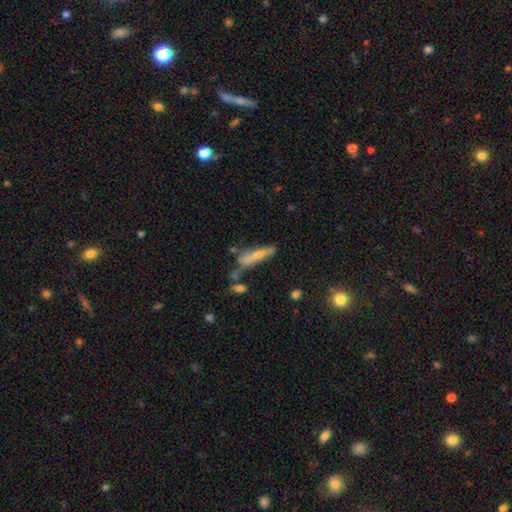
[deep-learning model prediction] smooth-or-featured: smooth: 54% | featured or disk: 38% | star or artifact: 8%
  how-rounded: cigar-shaped: 82% | in between: 16% | round: 2%
  merging: none: 57% | minor disturbance: 21% | merger: 14% | major disturbance: 8%